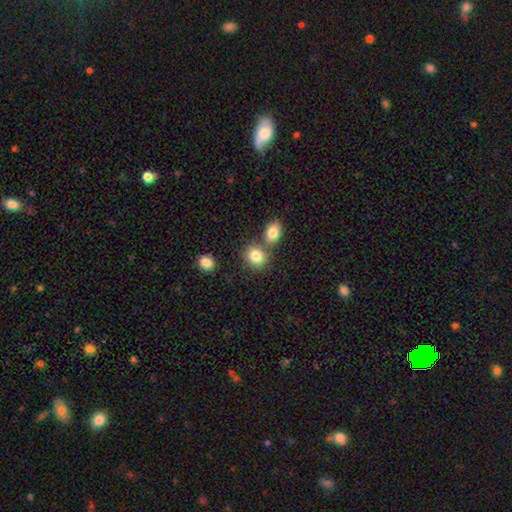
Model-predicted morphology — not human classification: Smooth or featured: smooth — 83% (star or artifact — 9%)
How rounded: round — 69% (in between — 30%)
Merging: none — 56% (merger — 32%)